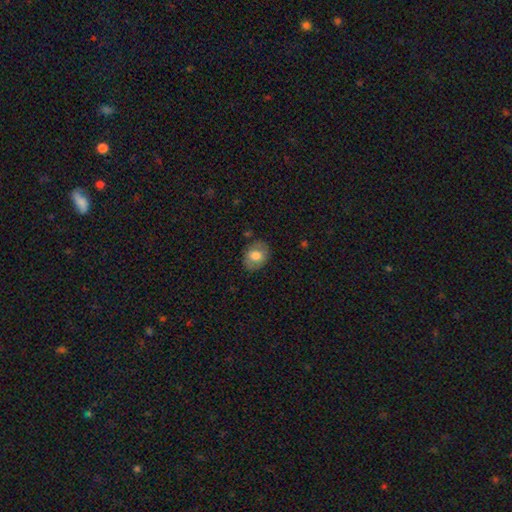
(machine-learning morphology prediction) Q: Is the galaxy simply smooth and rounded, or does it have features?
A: smooth — 73%.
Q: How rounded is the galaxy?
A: in between — 61%.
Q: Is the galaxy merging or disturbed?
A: none — 79%.